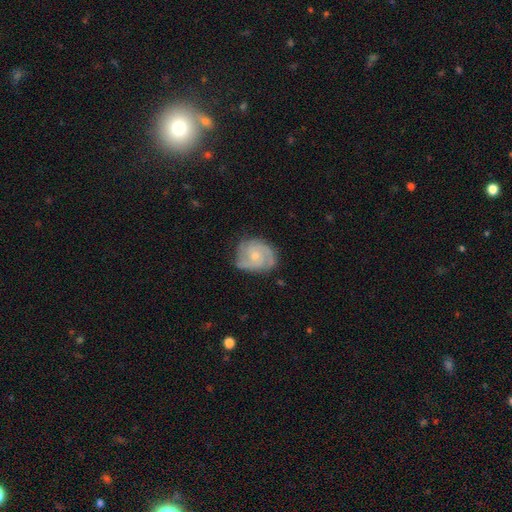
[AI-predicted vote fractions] smooth-or-featured: featured or disk: 81% | smooth: 13% | star or artifact: 5%
  disk-edge-on: no: 98% | yes: 2%
    bar: no: 71% | weak: 25% | strong: 4%
    has-spiral-arms: yes: 96% | no: 4%
      spiral-winding: tight: 53% | medium: 39% | loose: 8%
      spiral-arm-count: 2: 44% | 3: 32% | can't tell: 13% | 4: 4% | 1: 4% | more than 4: 3%
    bulge-size: small: 62% | moderate: 33% | none: 3% | large: 1% | dominant: 1%
  merging: none: 72% | minor disturbance: 21% | major disturbance: 6% | merger: 1%